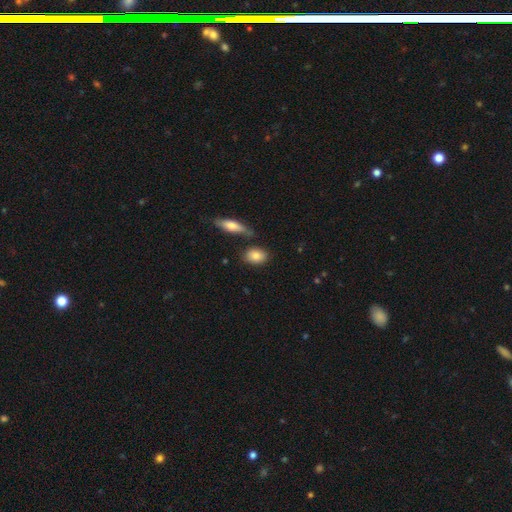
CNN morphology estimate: Q: Smooth or featured?
A: smooth (83%); runner-up: featured or disk (10%)
Q: How rounded?
A: in between (76%); runner-up: round (20%)
Q: Merging?
A: none (71%); runner-up: minor disturbance (14%)